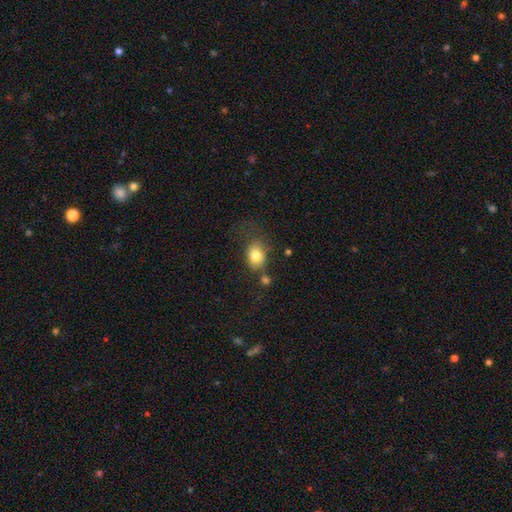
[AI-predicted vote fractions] smooth 81%, star or artifact 10%, featured or disk 9%. Down the decision tree: how rounded — in between (53%); merging — none (53%).